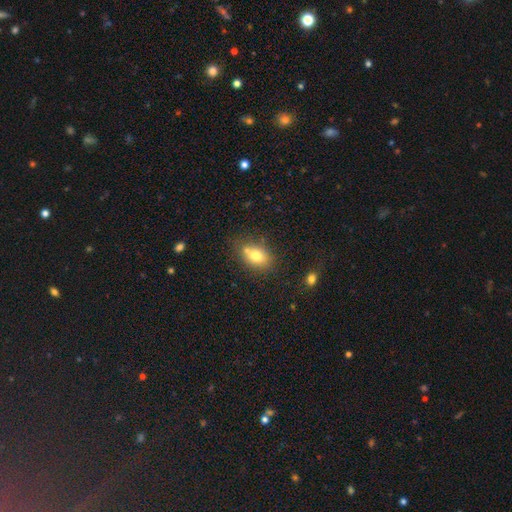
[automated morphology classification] Smooth or featured: smooth — 75% (featured or disk — 15%)
How rounded: in between — 71% (round — 27%)
Merging: none — 61% (merger — 19%)